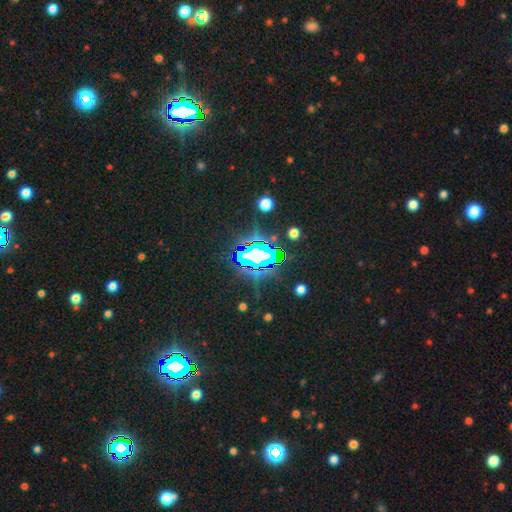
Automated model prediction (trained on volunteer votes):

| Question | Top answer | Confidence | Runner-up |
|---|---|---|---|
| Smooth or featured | star or artifact | 70% | smooth (16%) |